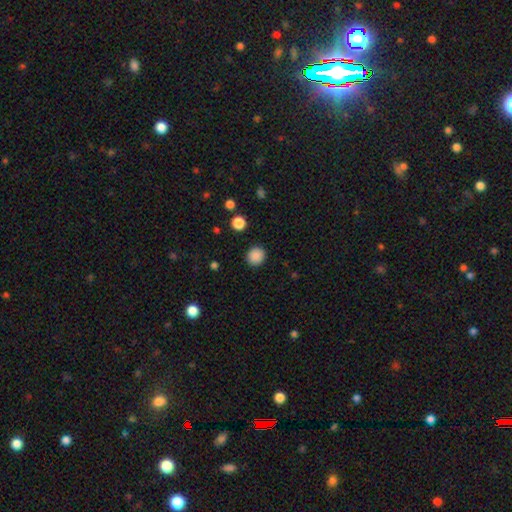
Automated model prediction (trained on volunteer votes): smooth_or_featured: smooth (p=0.88) [alt: star or artifact p=0.10]
how_rounded: round (p=0.86) [alt: in between p=0.13]
merging: none (p=0.90) [alt: minor disturbance p=0.06]